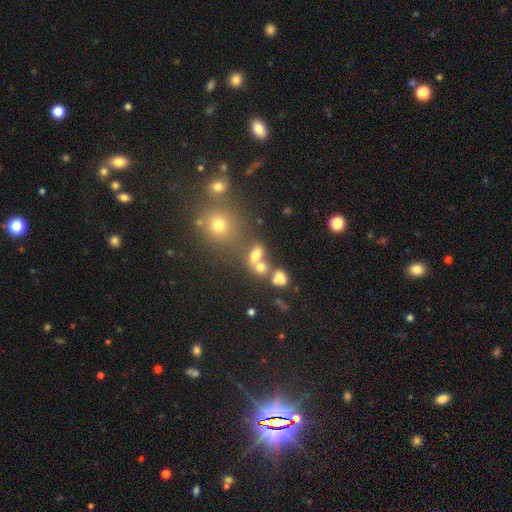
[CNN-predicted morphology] Q: Smooth or featured?
A: smooth (66%); runner-up: star or artifact (19%)
Q: How rounded?
A: in between (60%); runner-up: round (36%)
Q: Merging?
A: none (41%); runner-up: merger (40%)